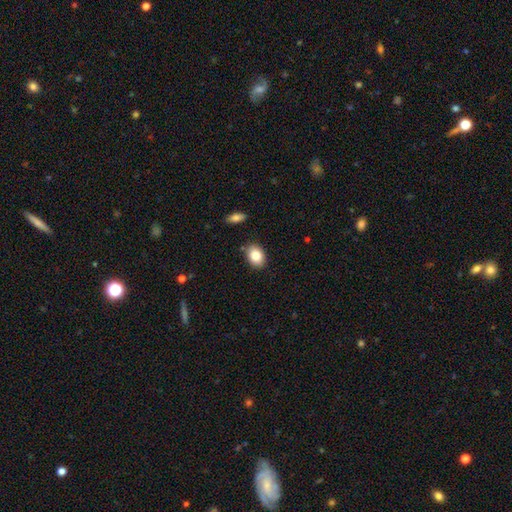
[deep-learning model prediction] Q: Smooth or featured?
A: smooth (84%); runner-up: star or artifact (8%)
Q: How rounded?
A: in between (72%); runner-up: round (27%)
Q: Merging?
A: none (85%); runner-up: minor disturbance (10%)